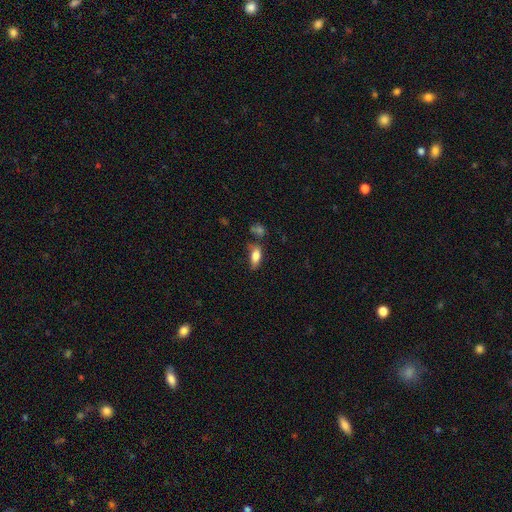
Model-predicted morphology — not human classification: smooth-or-featured: smooth: 80% | featured or disk: 11% | star or artifact: 9%
  how-rounded: in between: 86% | cigar-shaped: 11% | round: 4%
  merging: none: 57% | minor disturbance: 24% | merger: 10% | major disturbance: 9%